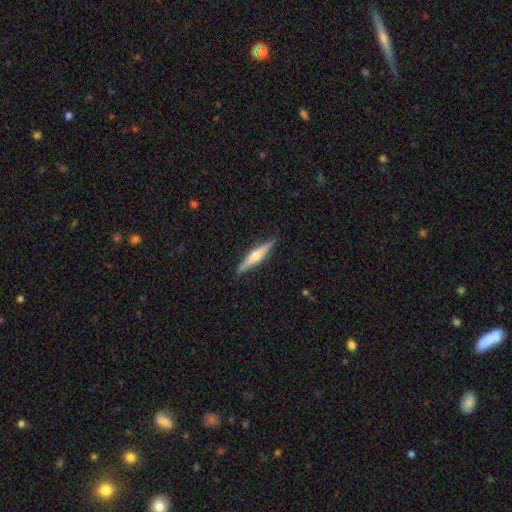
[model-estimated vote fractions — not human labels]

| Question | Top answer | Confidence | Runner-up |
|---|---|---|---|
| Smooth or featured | featured or disk | 65% | smooth (30%) |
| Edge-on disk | yes | 97% | no (3%) |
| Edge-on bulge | rounded | 91% | none (5%) |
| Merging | none | 91% | minor disturbance (7%) |